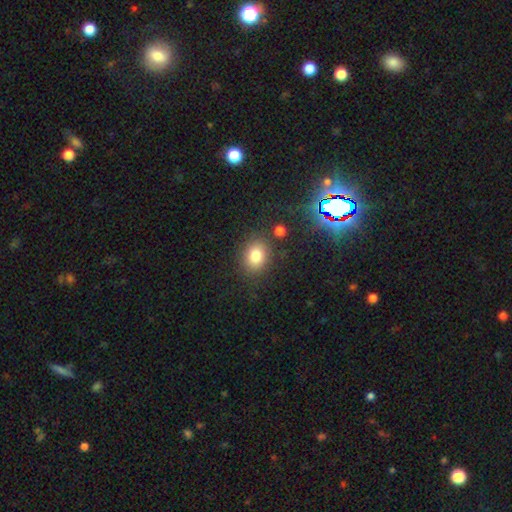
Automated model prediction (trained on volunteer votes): A smooth galaxy with no disk features (80%) that is in between round and cigar-shaped (54%).

Vote fractions:
- Smooth or featured? smooth: 80% / star or artifact: 12% / featured or disk: 8%
- How rounded? in between: 54% / round: 45% / cigar-shaped: 1%
- Merging? none: 82% / minor disturbance: 11% / merger: 4% / major disturbance: 4%